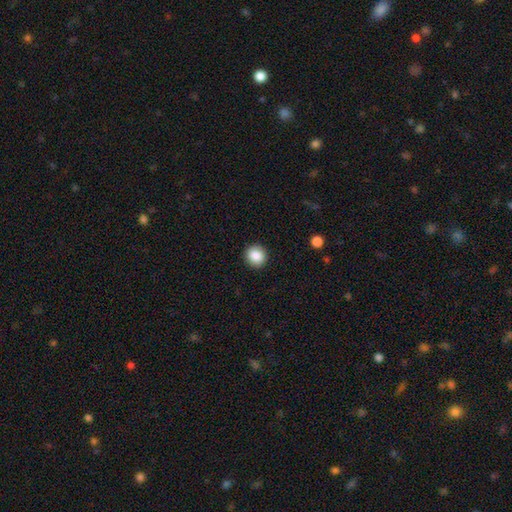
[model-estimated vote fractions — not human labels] Q: Smooth or featured?
A: smooth (86%); runner-up: star or artifact (9%)
Q: How rounded?
A: round (91%); runner-up: in between (8%)
Q: Merging?
A: none (92%); runner-up: minor disturbance (6%)